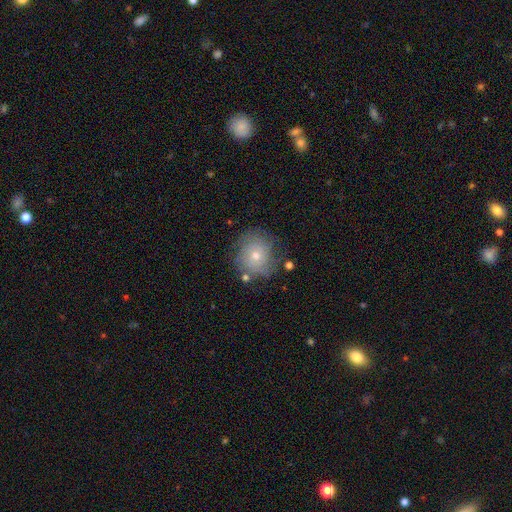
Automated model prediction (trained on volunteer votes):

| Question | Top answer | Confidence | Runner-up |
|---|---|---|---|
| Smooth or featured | smooth | 44% | tied: featured or disk (44%) |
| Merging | none | 72% | minor disturbance (17%) |